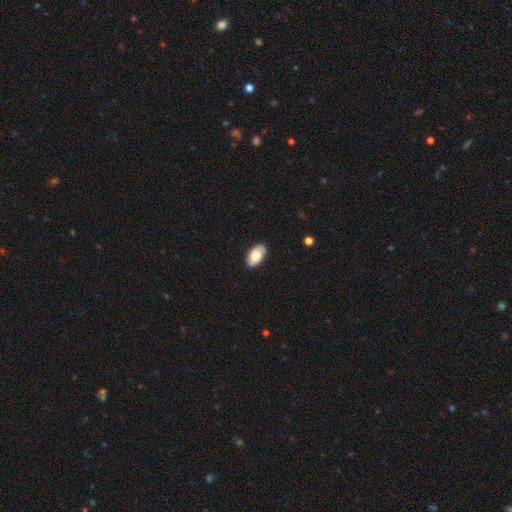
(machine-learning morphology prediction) A smooth galaxy with no disk features (82%) that is in between round and cigar-shaped (95%). Merging: none (87%).